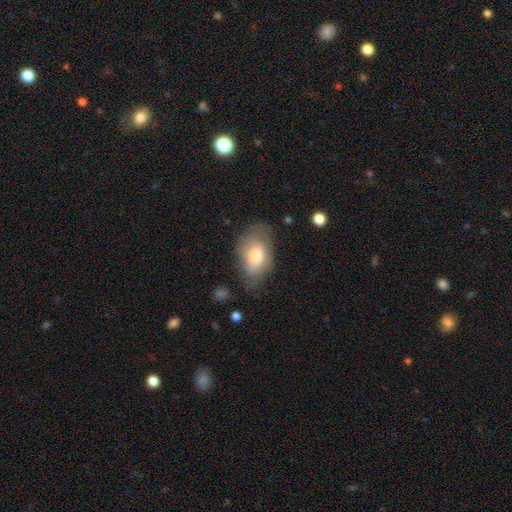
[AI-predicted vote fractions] Smooth or featured? Predicted: smooth (p=0.70). How rounded? Predicted: in between (p=0.92). Merging? Predicted: none (p=0.59).